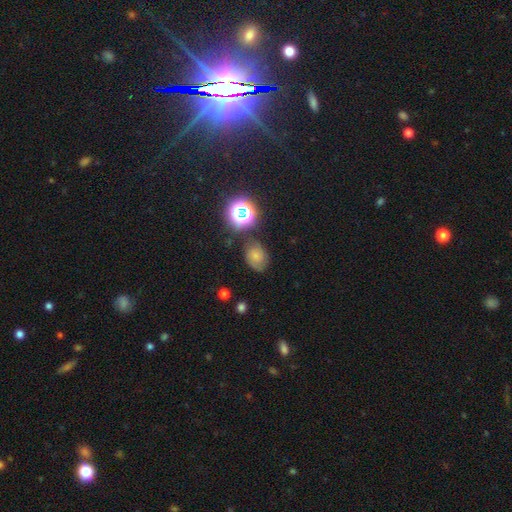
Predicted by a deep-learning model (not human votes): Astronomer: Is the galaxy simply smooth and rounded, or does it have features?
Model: smooth — 51% (runner-up: featured or disk, 28%).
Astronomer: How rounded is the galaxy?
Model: in between — 61% (runner-up: round, 38%).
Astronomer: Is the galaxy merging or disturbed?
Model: none — 67%.